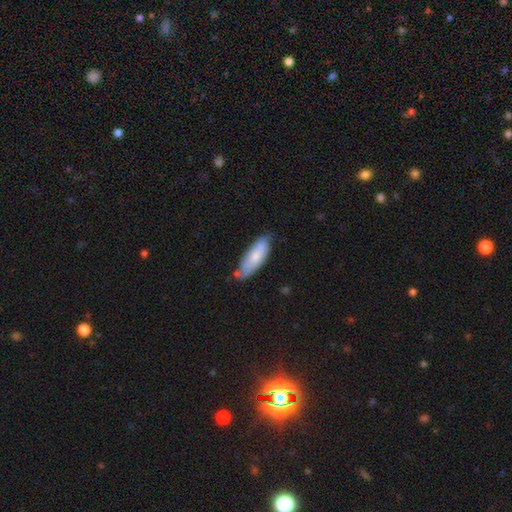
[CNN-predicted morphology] smooth-or-featured: smooth: 71% | featured or disk: 24% | star or artifact: 6%
  how-rounded: in between: 61% | cigar-shaped: 38% | round: 2%
  merging: none: 65% | minor disturbance: 26% | merger: 4% | major disturbance: 4%